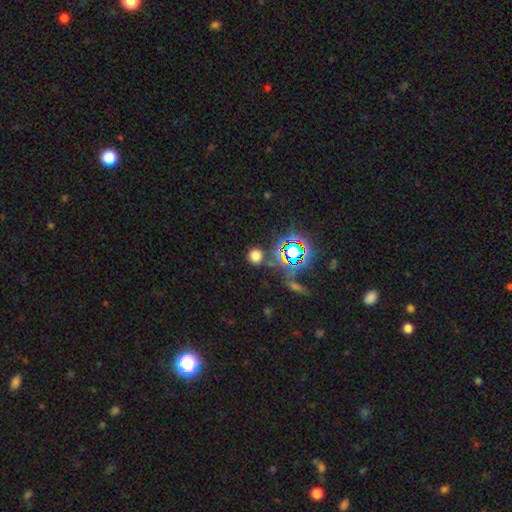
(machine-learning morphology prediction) type=smooth (66%); roundness=round (89%); merging=none (83%).